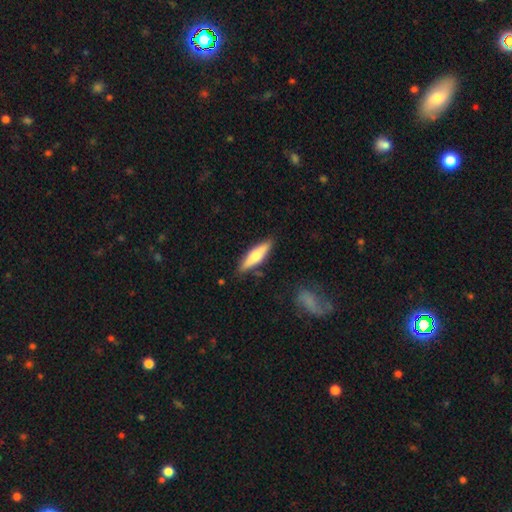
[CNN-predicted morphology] This is possibly a smooth galaxy (60%). How rounded: likely cigar-shaped (73%). Merging: clearly none (85%).